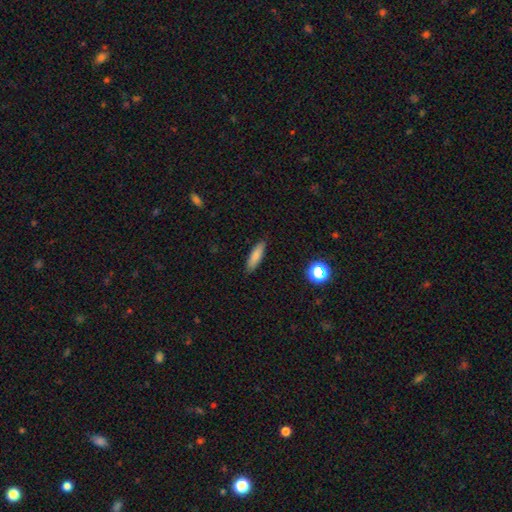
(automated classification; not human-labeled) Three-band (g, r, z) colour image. It shows a smooth galaxy with no disk features (81%) that is cigar-shaped (63%). Merging: none (88%).